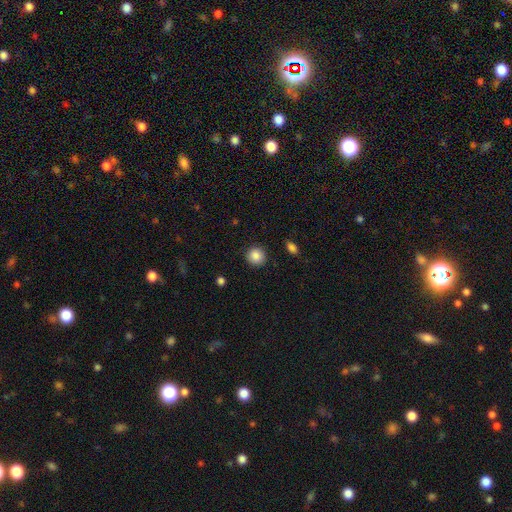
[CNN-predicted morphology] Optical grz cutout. It shows a smooth galaxy with no disk features (87%) that is round (91%). Merging: none (90%).